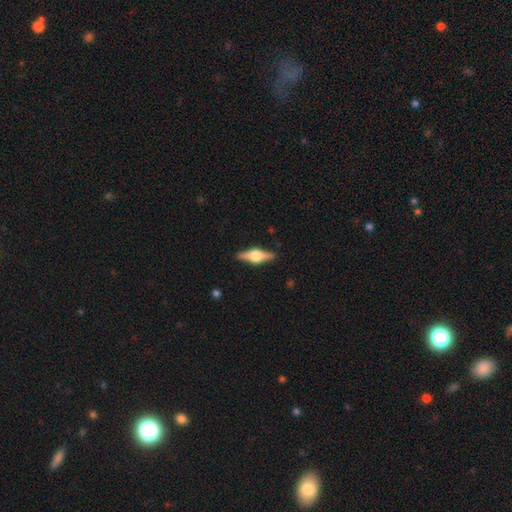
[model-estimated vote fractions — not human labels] The model was most divided on "smooth or featured": featured or disk: 78%, smooth: 16%, star or artifact: 6%. More confident: edge-on disk — yes (97%); edge-on bulge — rounded (93%); merging — none (89%).